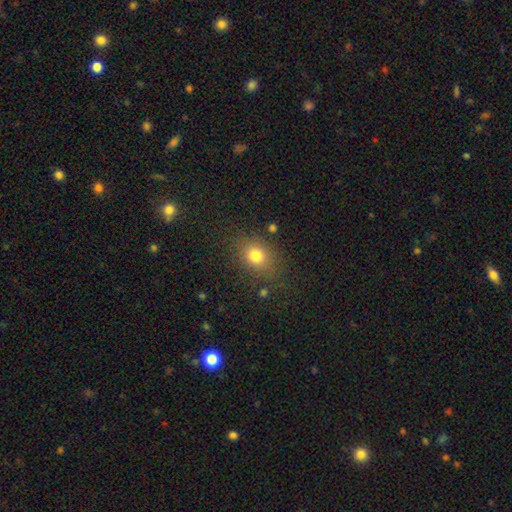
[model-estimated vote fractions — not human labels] smooth 78%, star or artifact 13%, featured or disk 9%. Down the decision tree: how rounded — round (55%); merging — none (79%).